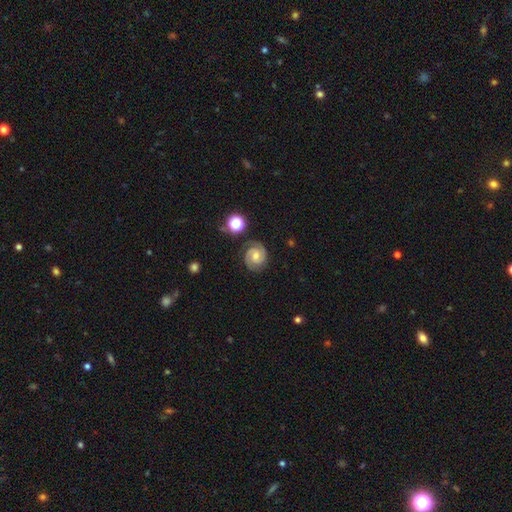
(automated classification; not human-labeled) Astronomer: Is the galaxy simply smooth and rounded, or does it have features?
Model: featured or disk — 82%.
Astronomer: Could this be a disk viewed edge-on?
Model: no — 98%.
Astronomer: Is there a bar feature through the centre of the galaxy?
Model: no — 56% (runner-up: weak, 35%).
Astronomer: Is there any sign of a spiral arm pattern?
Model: yes — 98%.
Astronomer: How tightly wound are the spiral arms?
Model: tight — 63%.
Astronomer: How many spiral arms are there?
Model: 2 — 88%.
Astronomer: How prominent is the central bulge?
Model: moderate — 52% (runner-up: small, 40%).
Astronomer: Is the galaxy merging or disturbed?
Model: none — 83%.